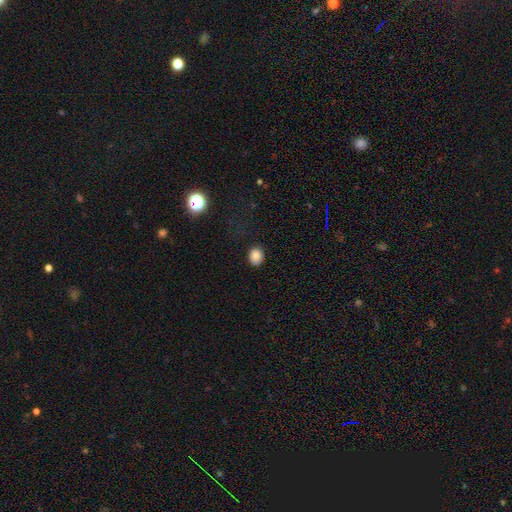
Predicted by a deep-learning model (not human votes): The model was most divided on "how rounded": round: 58%, in between: 41%, cigar-shaped: 1%. More confident: merging — none (86%); smooth or featured — smooth (84%).